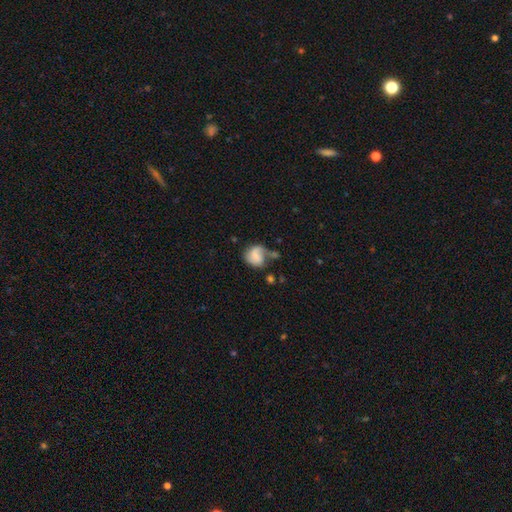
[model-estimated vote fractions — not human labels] Q: Smooth or featured?
A: smooth (56%); runner-up: featured or disk (35%)
Q: How rounded?
A: round (66%); runner-up: in between (33%)
Q: Merging?
A: none (38%); runner-up: minor disturbance (27%)